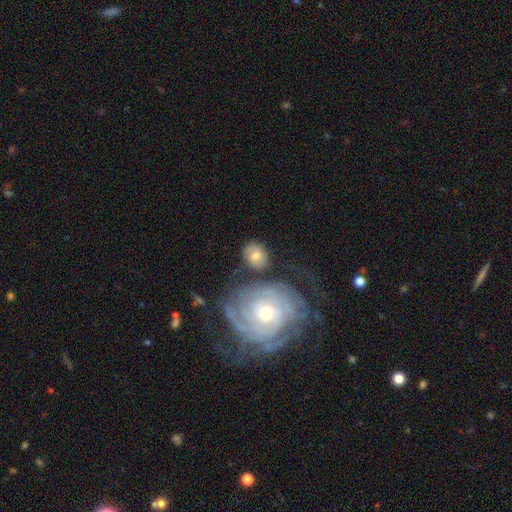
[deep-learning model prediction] This appears to be a smooth galaxy with no disk features (61%) that is round (56%). Merging: none (64%).